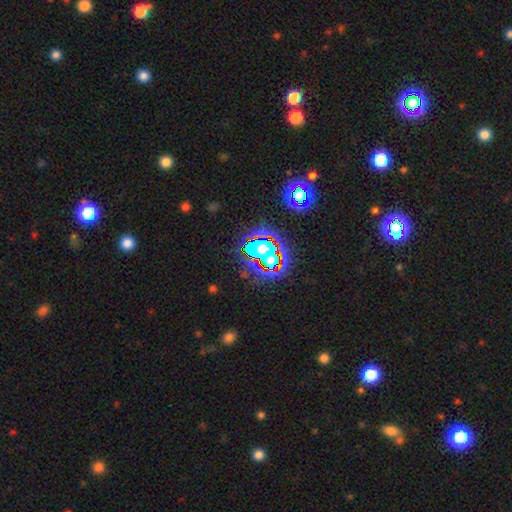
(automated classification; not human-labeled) This appears to be a star or artifact, not a galaxy (80%).